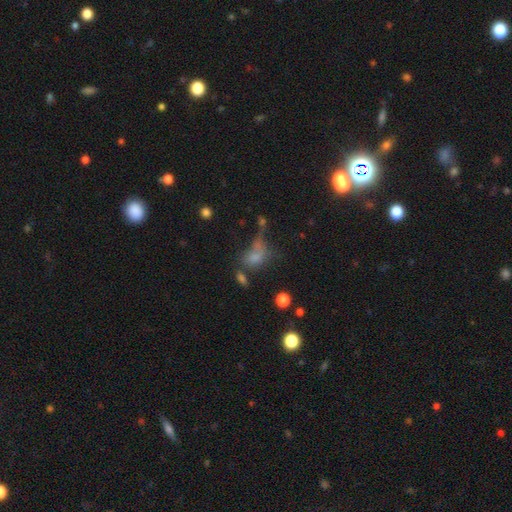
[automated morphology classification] The model was most divided on "merging": none: 29%, merger: 27%, major disturbance: 25%, minor disturbance: 19%. More confident: how rounded — in between (74%); smooth or featured — smooth (61%).